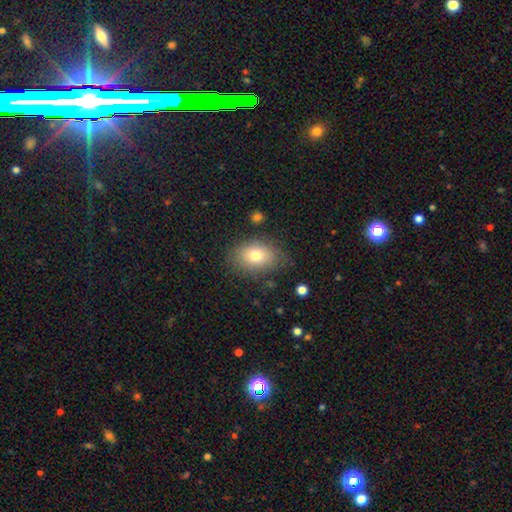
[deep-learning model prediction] Q: Smooth or featured?
A: smooth (74%); runner-up: featured or disk (16%)
Q: How rounded?
A: in between (75%); runner-up: round (24%)
Q: Merging?
A: none (75%); runner-up: minor disturbance (17%)